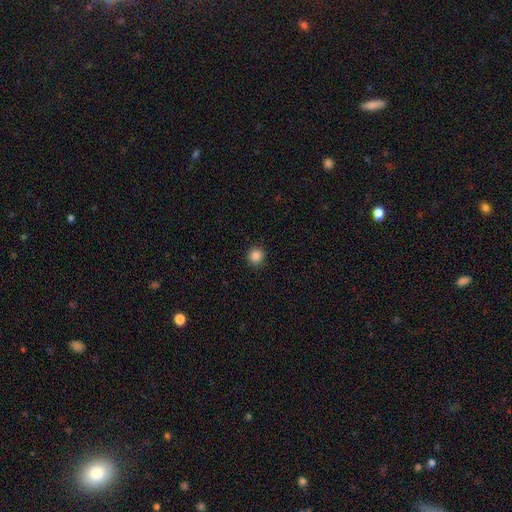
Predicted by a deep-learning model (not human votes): smooth_or_featured: smooth (p=0.86) [alt: star or artifact p=0.11]
how_rounded: round (p=0.94) [alt: in between p=0.05]
merging: none (p=0.91) [alt: minor disturbance p=0.06]